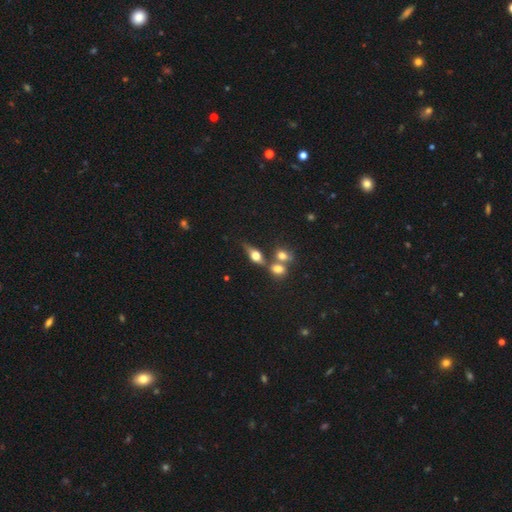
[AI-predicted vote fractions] The model was most divided on "smooth or featured": featured or disk: 45%, smooth: 43%, star or artifact: 12%. More confident: merging — none (54%).